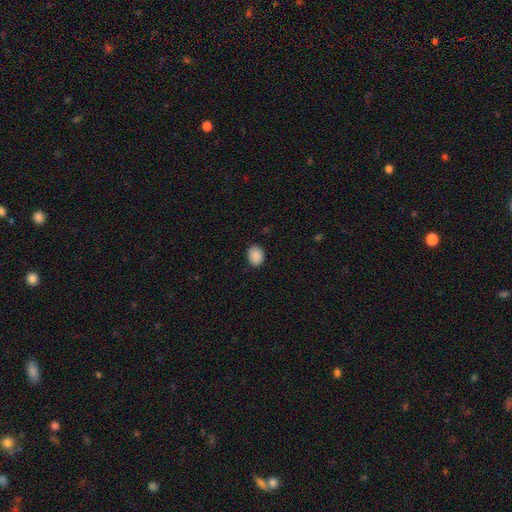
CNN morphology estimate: smooth 89%, star or artifact 8%, featured or disk 3%. Down the decision tree: how rounded — in between (62%); merging — none (86%).